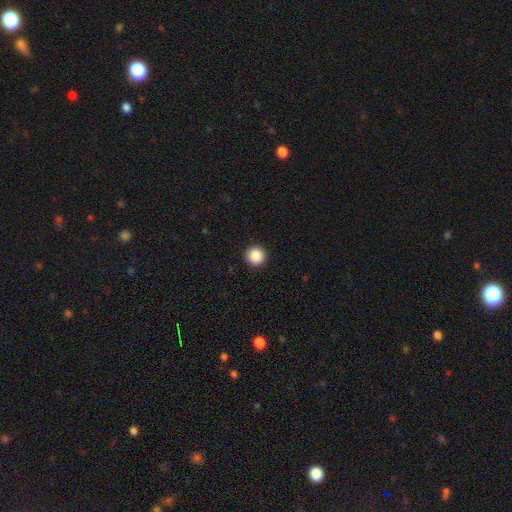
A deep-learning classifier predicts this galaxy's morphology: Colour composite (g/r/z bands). It shows a smooth galaxy with no disk features (88%) that is round (95%). Merging: none (93%).